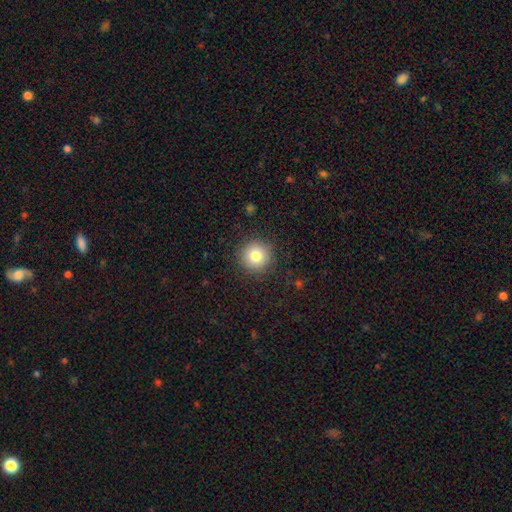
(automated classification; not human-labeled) Smooth or featured?
  - smooth: 81% *
  - star or artifact: 11%
  - featured or disk: 9%
How rounded?
  - round: 95% *
  - in between: 4%
  - cigar-shaped: 1%
Merging?
  - none: 90% *
  - minor disturbance: 7%
  - major disturbance: 2%
  - merger: 1%